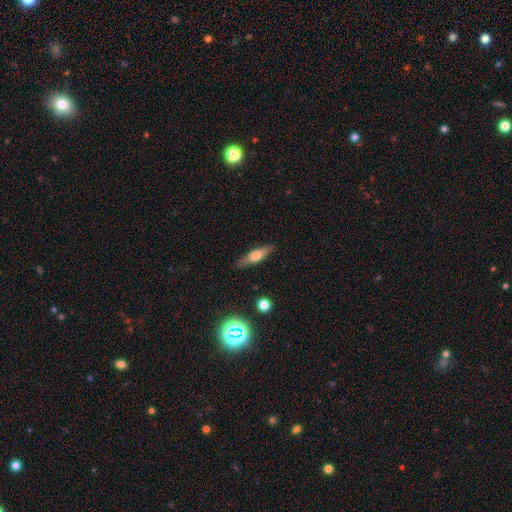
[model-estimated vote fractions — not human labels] Smooth or featured? Predicted: smooth (p=0.56). How rounded? Predicted: cigar-shaped (p=0.62). Merging? Predicted: none (p=0.85).